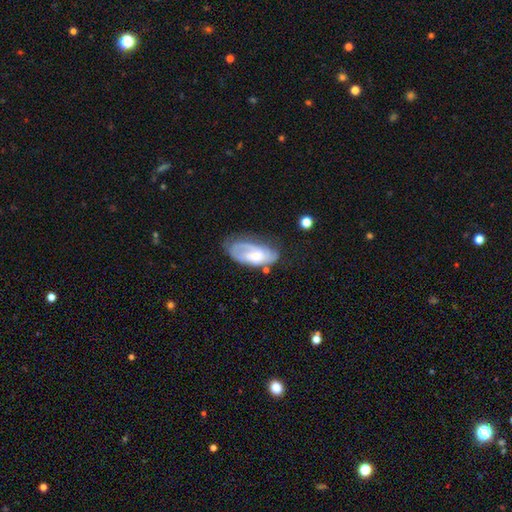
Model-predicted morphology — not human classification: smooth-or-featured: featured or disk: 65% | smooth: 29% | star or artifact: 6%
  disk-edge-on: no: 93% | yes: 7%
    bar: no: 59% | weak: 34% | strong: 7%
    has-spiral-arms: yes: 82% | no: 18%
      spiral-winding: tight: 43% | medium: 39% | loose: 18%
      spiral-arm-count: 2: 34% | can't tell: 32% | 1: 21% | 3: 9% | 4: 2% | more than 4: 2%
    bulge-size: moderate: 51% | small: 38% | large: 6% | none: 4% | dominant: 1%
  merging: none: 51% | minor disturbance: 27% | major disturbance: 17% | merger: 5%